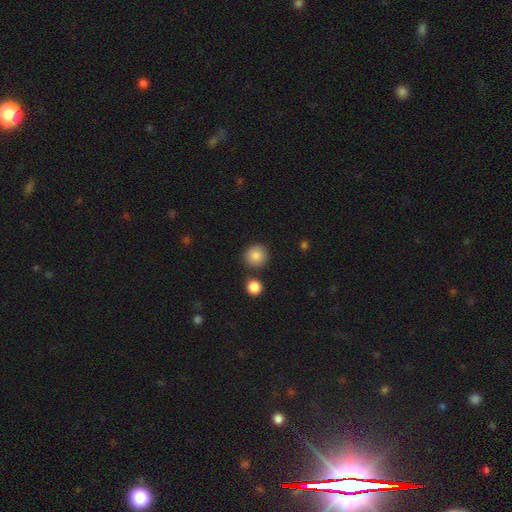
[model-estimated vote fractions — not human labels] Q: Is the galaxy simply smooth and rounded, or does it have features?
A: smooth — 86%.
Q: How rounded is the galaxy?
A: round — 92%.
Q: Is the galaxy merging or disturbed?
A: none — 83%.